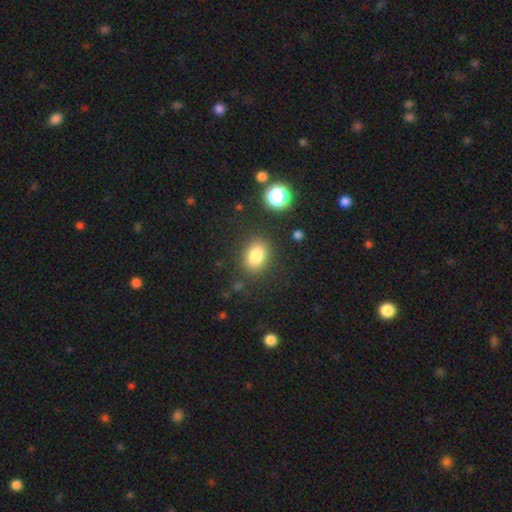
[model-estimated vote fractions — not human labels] Morphology: type=smooth (82%); roundness=in between (63%); merging=none (84%).